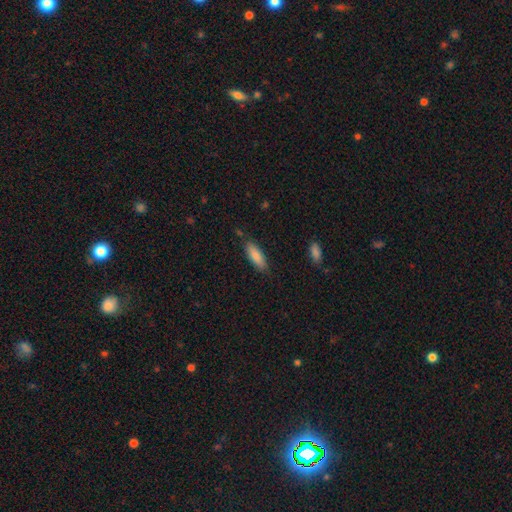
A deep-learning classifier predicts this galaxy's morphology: Smooth or featured?
  - smooth: 85% *
  - featured or disk: 9%
  - star or artifact: 6%
How rounded?
  - in between: 61% *
  - cigar-shaped: 38%
  - round: 2%
Merging?
  - none: 82% *
  - minor disturbance: 13%
  - major disturbance: 3%
  - merger: 2%